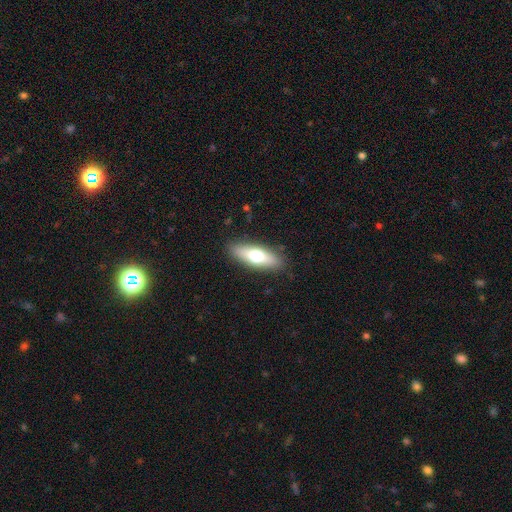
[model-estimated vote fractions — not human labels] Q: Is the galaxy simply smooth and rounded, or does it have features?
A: smooth — 60%.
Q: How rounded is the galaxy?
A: in between — 54%.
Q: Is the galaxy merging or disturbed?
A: none — 89%.